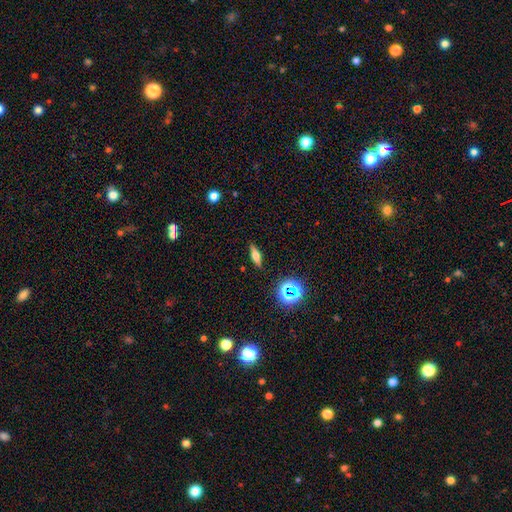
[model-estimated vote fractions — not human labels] A smooth galaxy with no disk features (45%). Merging: none (87%).